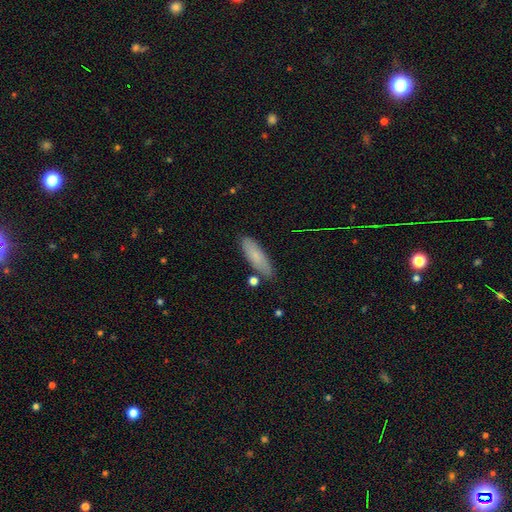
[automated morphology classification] The model was most divided on "how rounded": in between: 49%, cigar-shaped: 48%, round: 2%. More confident: merging — none (79%); smooth or featured — smooth (77%).